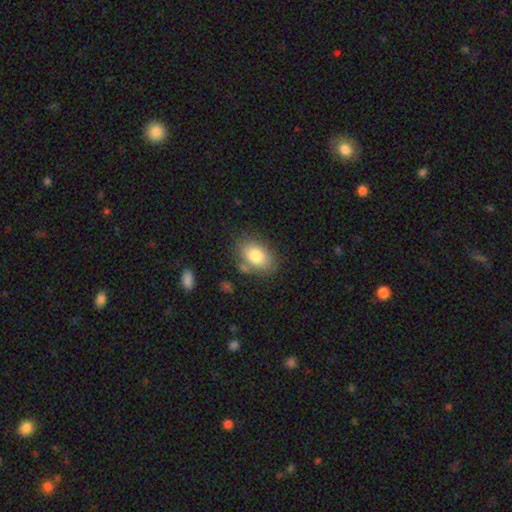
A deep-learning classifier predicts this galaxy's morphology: Smooth or featured? smooth (81%)
How rounded? in between (86%)
Merging? none (73%)